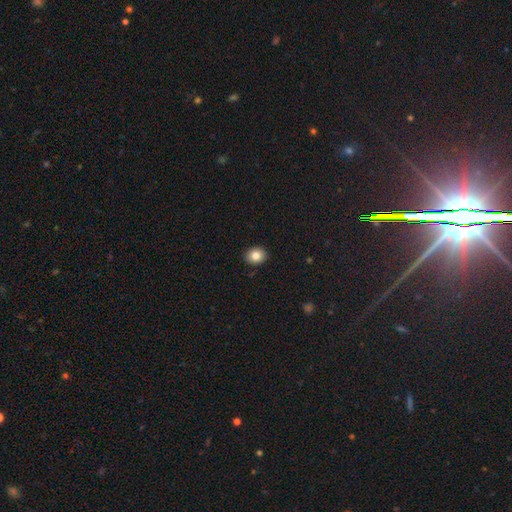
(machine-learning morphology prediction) The model was most divided on "how rounded": round: 56%, in between: 43%, cigar-shaped: 1%. More confident: merging — none (91%); smooth or featured — smooth (83%).